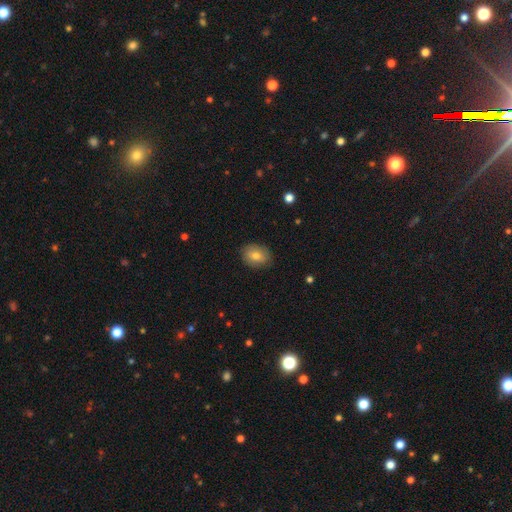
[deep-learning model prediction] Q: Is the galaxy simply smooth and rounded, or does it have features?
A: smooth — 75%.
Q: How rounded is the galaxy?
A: in between — 65%.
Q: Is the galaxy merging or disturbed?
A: none — 85%.